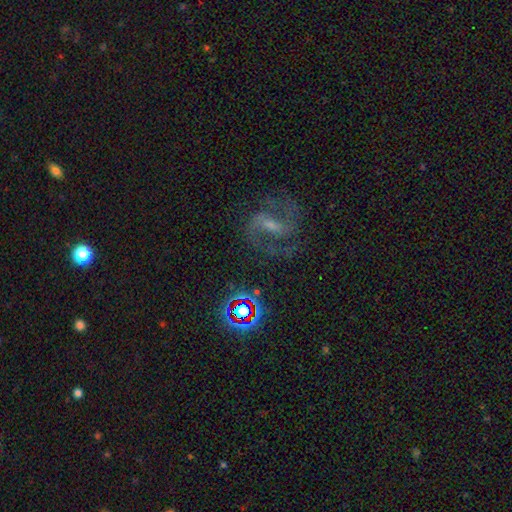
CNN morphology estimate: Overall: featured or disk (74%). Edge-on disk: no (96%). Bar: strong (49%; weak 38%). Spiral arms: yes (95%). Spiral arm count: 2 (83%). Spiral winding: medium (54%; loose 25%). Bulge size: small (59%; moderate 28%). Merging: none (76%).